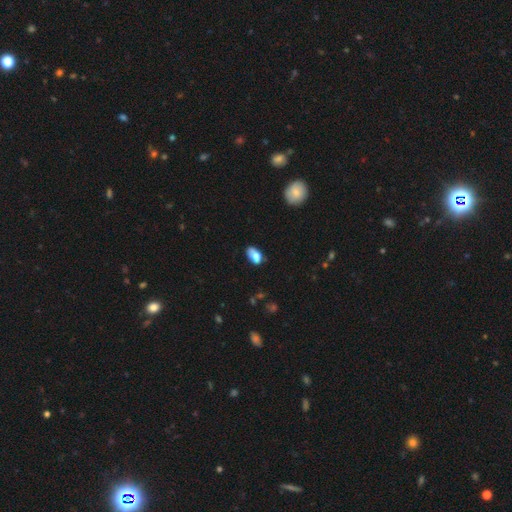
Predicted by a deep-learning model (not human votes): A smooth galaxy with no disk features (75%) that is in between round and cigar-shaped (91%). Merging: none (63%).